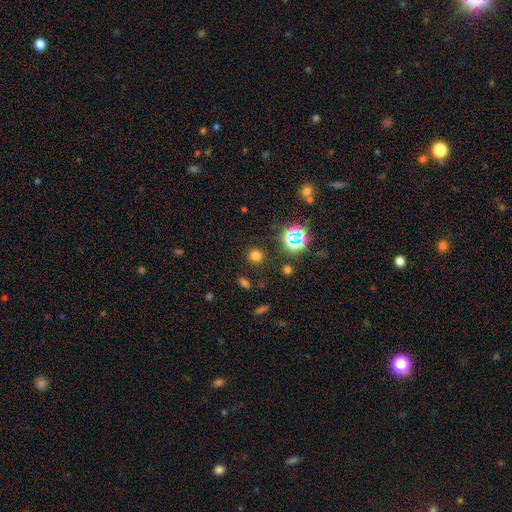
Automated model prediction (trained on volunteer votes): Smooth or featured? Predicted: smooth (p=0.69). How rounded? Predicted: round (p=0.92). Merging? Predicted: none (p=0.87).